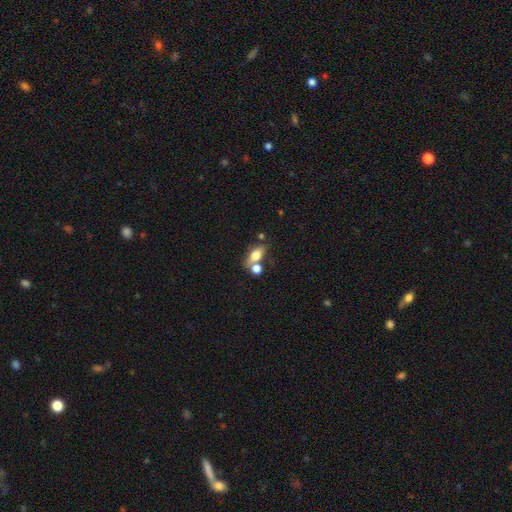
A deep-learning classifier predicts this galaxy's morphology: type=smooth (67%); roundness=in between (73%); merging=none (51%).